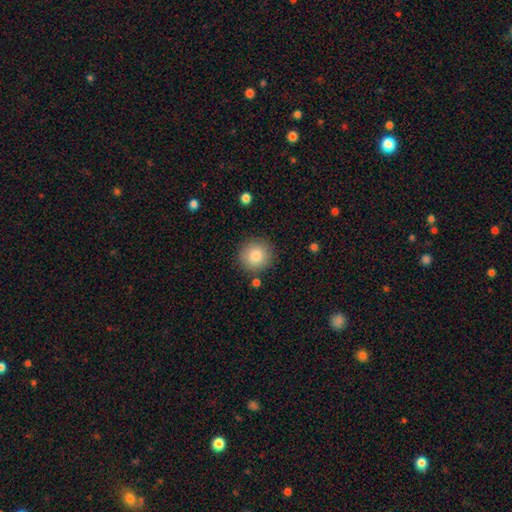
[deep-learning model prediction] smooth_or_featured: smooth (p=0.82) [alt: star or artifact p=0.09]
how_rounded: round (p=0.94) [alt: in between p=0.05]
merging: none (p=0.87) [alt: minor disturbance p=0.08]